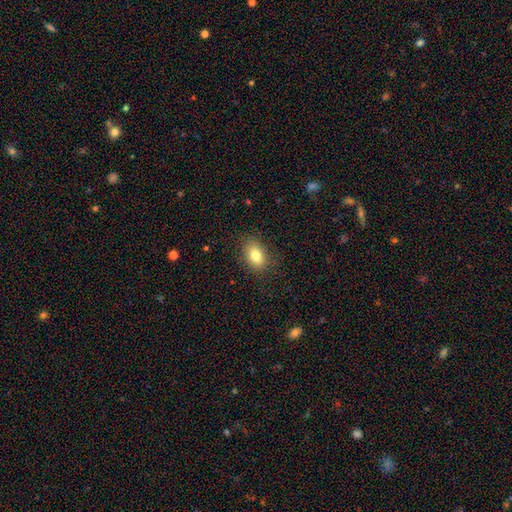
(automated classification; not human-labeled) Q: Smooth or featured?
A: smooth (82%); runner-up: featured or disk (9%)
Q: How rounded?
A: in between (83%); runner-up: round (15%)
Q: Merging?
A: none (85%); runner-up: minor disturbance (11%)